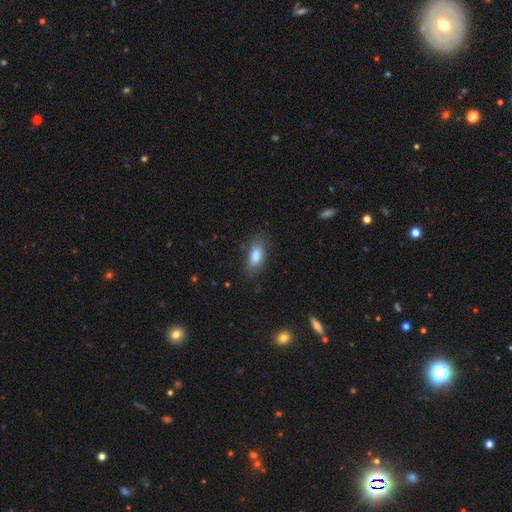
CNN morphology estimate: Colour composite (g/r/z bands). It shows a smooth galaxy with no disk features (82%) that is in between round and cigar-shaped (86%). Merging: none (73%).